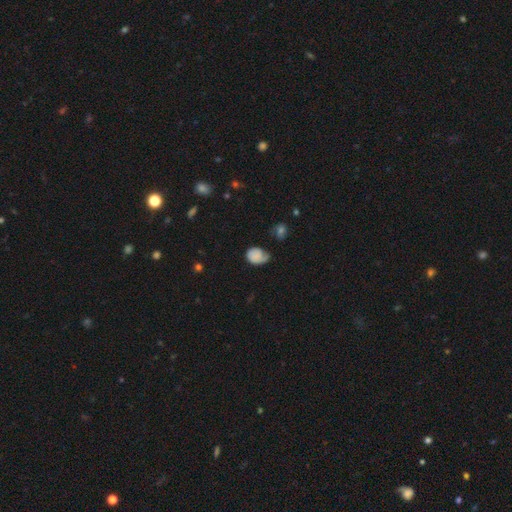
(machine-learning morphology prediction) smooth 73%, featured or disk 18%, star or artifact 9%. Down the decision tree: how rounded — in between (53%); merging — minor disturbance (38%).